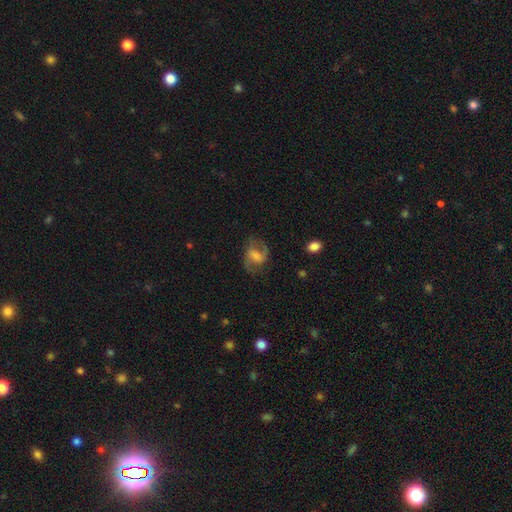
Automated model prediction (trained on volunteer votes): Q: Smooth or featured?
A: featured or disk (72%); runner-up: smooth (20%)
Q: Edge-on disk?
A: no (97%); runner-up: yes (3%)
Q: Bar?
A: weak (49%); runner-up: strong (27%)
Q: Spiral arms?
A: yes (91%); runner-up: no (9%)
Q: Spiral winding?
A: medium (53%); runner-up: loose (33%)
Q: Spiral arm count?
A: 2 (88%); runner-up: can't tell (5%)
Q: Bulge size?
A: moderate (33%); runner-up: small (32%)
Q: Merging?
A: none (70%); runner-up: minor disturbance (17%)